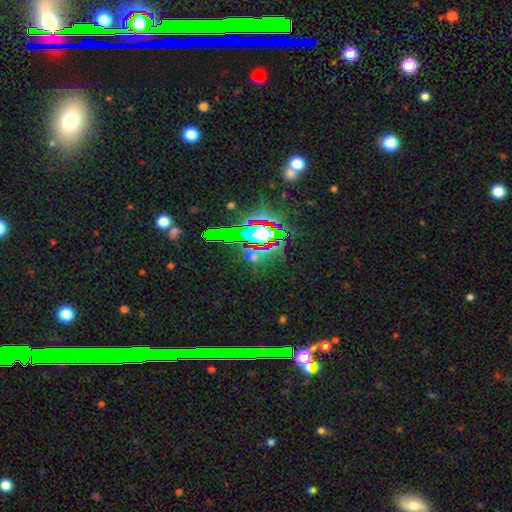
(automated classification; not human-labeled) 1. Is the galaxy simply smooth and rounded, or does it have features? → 75% star or artifact, 14% smooth, 11% featured or disk.